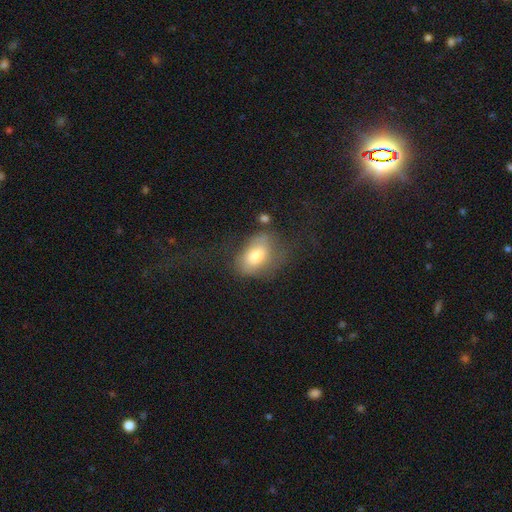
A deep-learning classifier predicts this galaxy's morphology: A smooth galaxy with no disk features (70%) that is in between round and cigar-shaped (86%).

Vote fractions:
- Smooth or featured? smooth: 70% / featured or disk: 22% / star or artifact: 8%
- How rounded? in between: 86% / round: 12% / cigar-shaped: 2%
- Merging? none: 44% / minor disturbance: 26% / major disturbance: 26% / merger: 4%